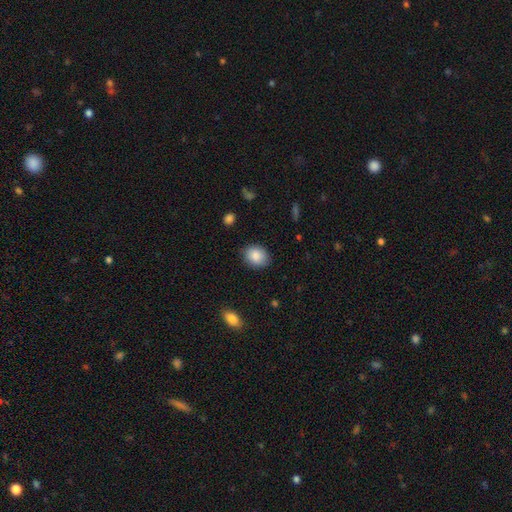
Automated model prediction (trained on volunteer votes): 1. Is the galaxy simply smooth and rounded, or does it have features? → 87% smooth, 7% star or artifact, 6% featured or disk.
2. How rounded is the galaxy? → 52% round, 47% in between, 1% cigar-shaped.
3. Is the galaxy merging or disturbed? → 86% none, 10% minor disturbance, 2% major disturbance, 1% merger.